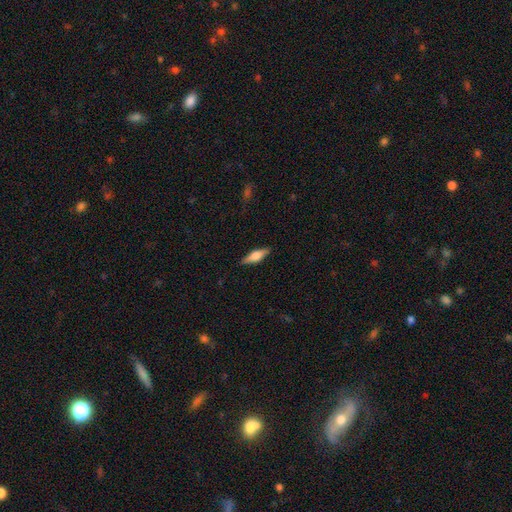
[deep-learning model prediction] Smooth or featured?
  - smooth: 52% *
  - featured or disk: 41%
  - star or artifact: 6%
How rounded?
  - cigar-shaped: 51% *
  - in between: 46%
  - round: 3%
Merging?
  - none: 87% *
  - minor disturbance: 10%
  - major disturbance: 2%
  - merger: 1%